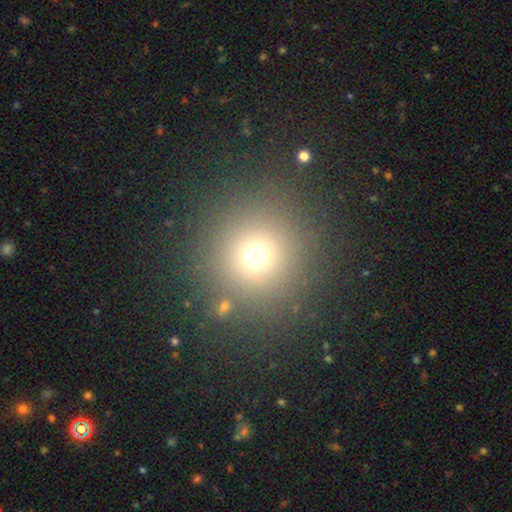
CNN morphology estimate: This is likely a smooth galaxy (68%). How rounded: clearly round (95%). Merging: clearly none (86%).